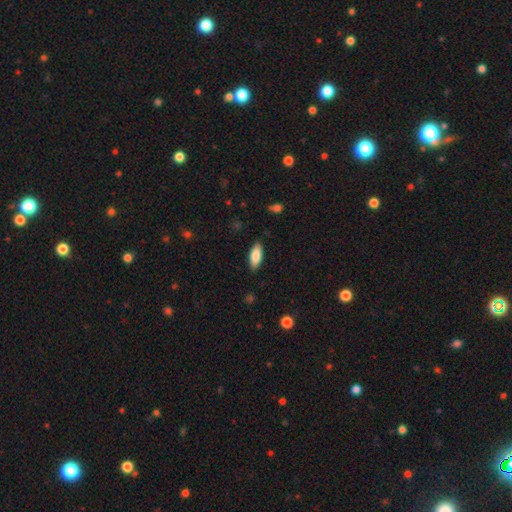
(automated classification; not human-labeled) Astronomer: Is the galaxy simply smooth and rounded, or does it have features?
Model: smooth — 83%.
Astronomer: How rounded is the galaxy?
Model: in between — 79%.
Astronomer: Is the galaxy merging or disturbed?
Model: none — 87%.